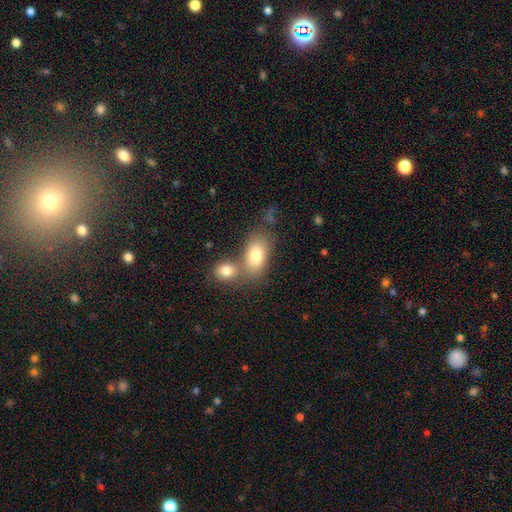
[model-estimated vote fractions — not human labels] Smooth or featured? smooth (77%)
How rounded? in between (86%)
Merging? merger (43%, tied with none)